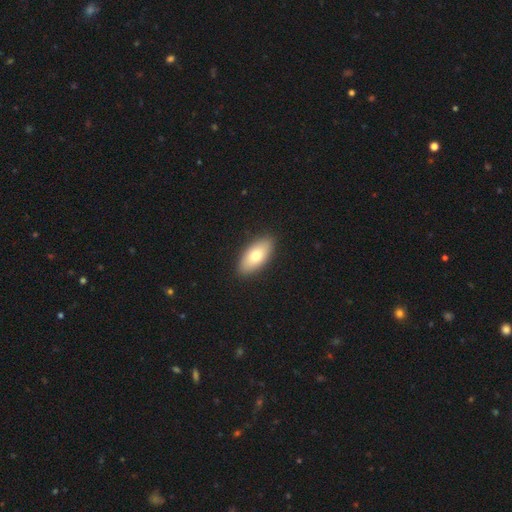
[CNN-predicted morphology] This appears to be a smooth galaxy with no disk features (73%) that is in between round and cigar-shaped (90%). Merging: none (89%).